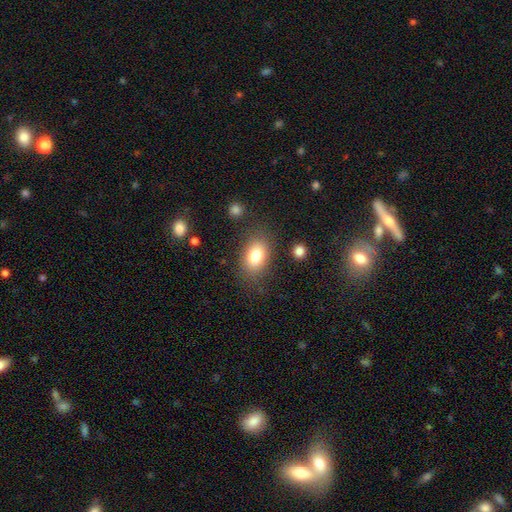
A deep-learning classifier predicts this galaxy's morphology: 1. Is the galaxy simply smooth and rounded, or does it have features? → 80% smooth, 11% featured or disk, 9% star or artifact.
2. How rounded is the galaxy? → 84% in between, 15% round, 2% cigar-shaped.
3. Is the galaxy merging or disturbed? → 80% none, 13% minor disturbance, 5% major disturbance, 3% merger.